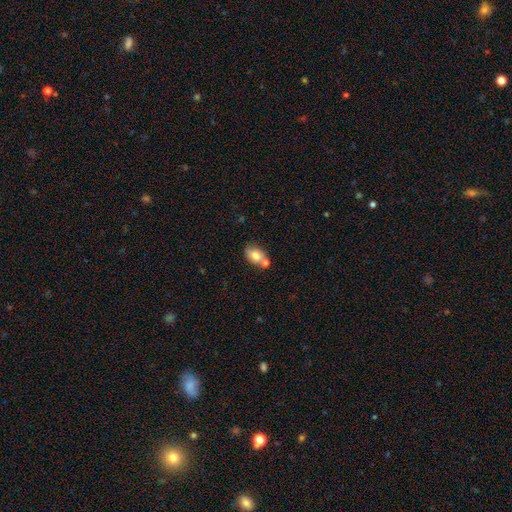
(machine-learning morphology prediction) Overall: smooth (76%). How rounded: in between (78%). Merging: none (50%; merger 31%).